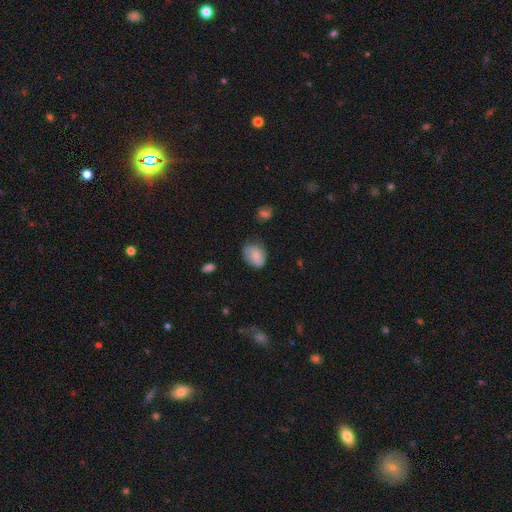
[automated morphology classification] This is likely a smooth galaxy (68%). How rounded: likely in between (65%). Merging: likely none (63%).